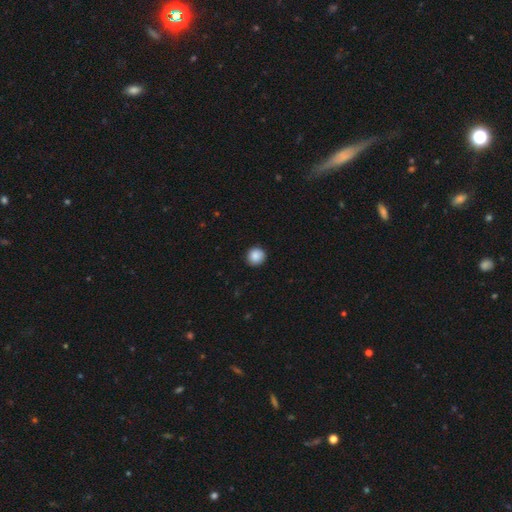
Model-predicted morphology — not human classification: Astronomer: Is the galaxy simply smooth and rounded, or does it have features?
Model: smooth — 89%.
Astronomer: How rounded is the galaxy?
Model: round — 91%.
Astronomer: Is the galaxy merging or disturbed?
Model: none — 90%.